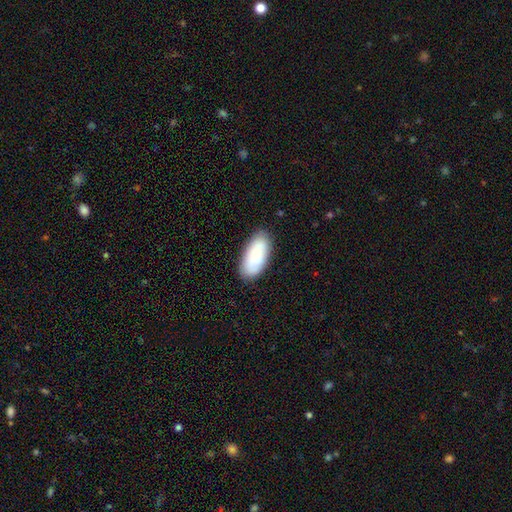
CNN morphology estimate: type=smooth (78%); roundness=in between (93%); merging=none (83%).